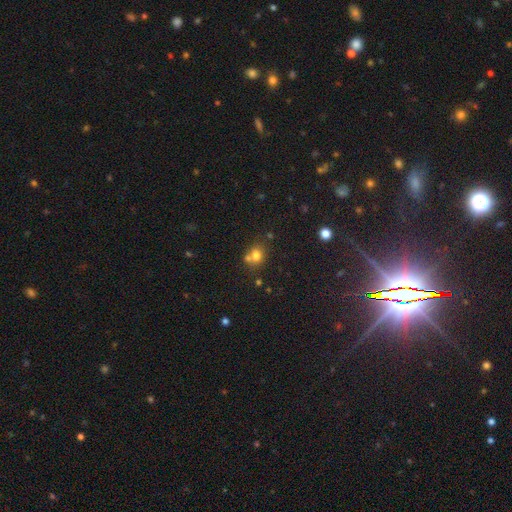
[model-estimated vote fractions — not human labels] smooth_or_featured: smooth (p=0.73) [alt: star or artifact p=0.16]
how_rounded: round (p=0.69) [alt: in between p=0.30]
merging: none (p=0.49) [alt: merger p=0.36]